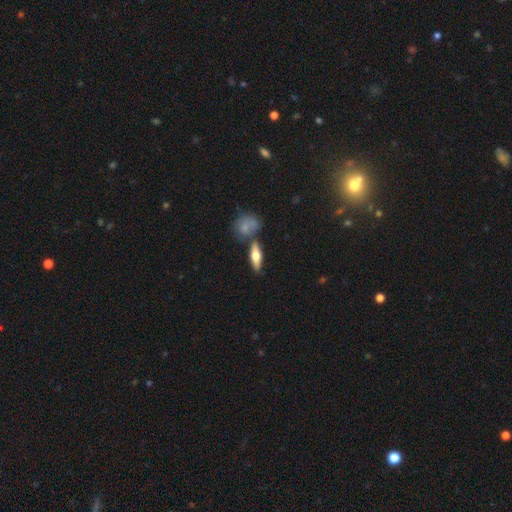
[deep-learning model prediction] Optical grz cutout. It shows a smooth galaxy with no disk features (50%). Merging: none (72%).